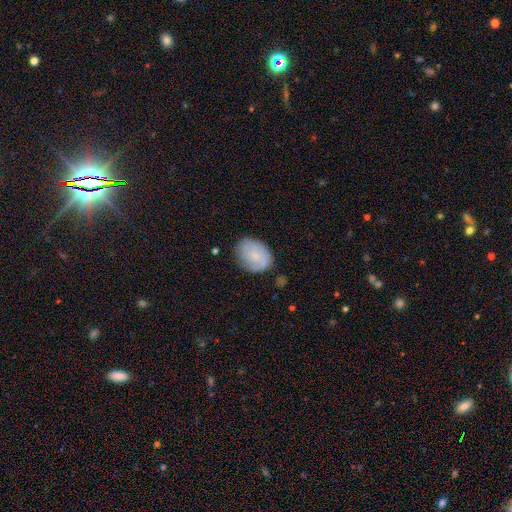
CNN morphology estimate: Overall: smooth (51%; featured or disk 41%). How rounded: in between (68%; round 31%). Merging: none (69%).